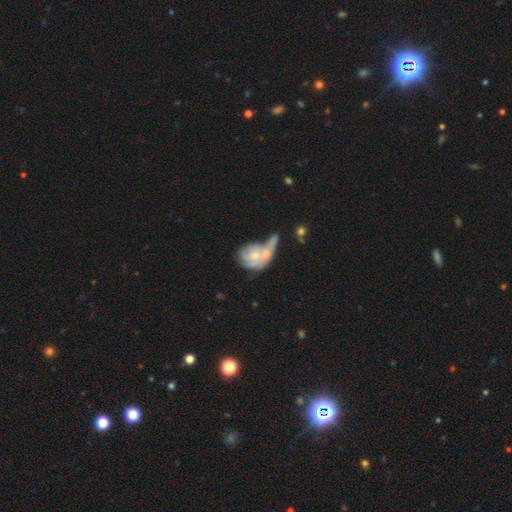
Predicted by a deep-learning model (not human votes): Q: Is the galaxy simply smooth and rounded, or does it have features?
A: featured or disk — 52%.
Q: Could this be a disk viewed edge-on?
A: no — 95%.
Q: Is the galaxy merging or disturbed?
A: merger — 54%.